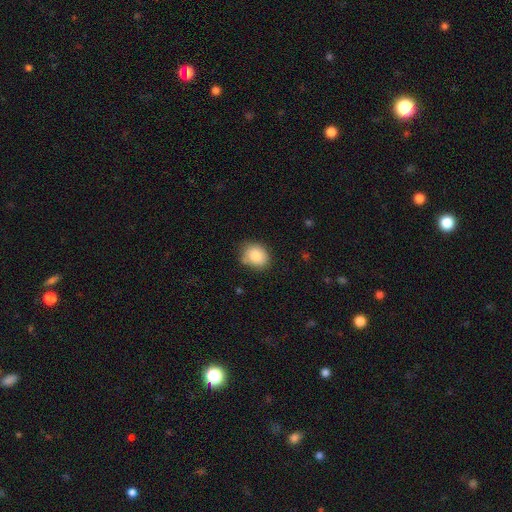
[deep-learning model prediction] A smooth galaxy with no disk features (86%) that is round (54%). Merging: none (73%).